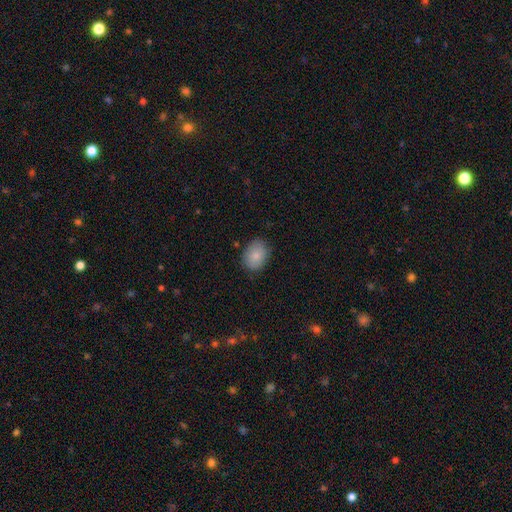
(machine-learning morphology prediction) smooth 84%, featured or disk 8%, star or artifact 7%. Down the decision tree: how rounded — in between (66%); merging — none (82%).